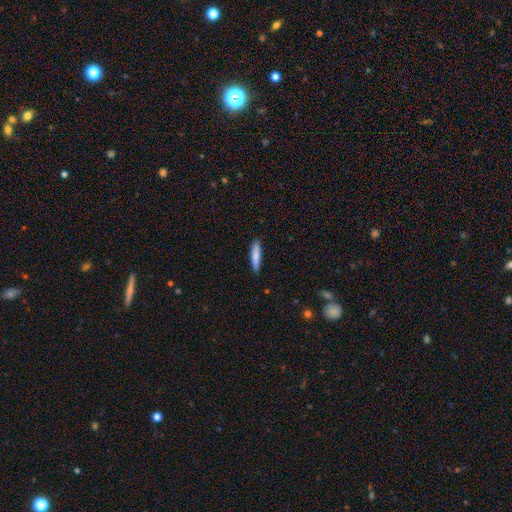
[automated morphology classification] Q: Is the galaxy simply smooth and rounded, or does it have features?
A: smooth — 79%.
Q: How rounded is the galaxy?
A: cigar-shaped — 85%.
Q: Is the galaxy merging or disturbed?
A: none — 88%.